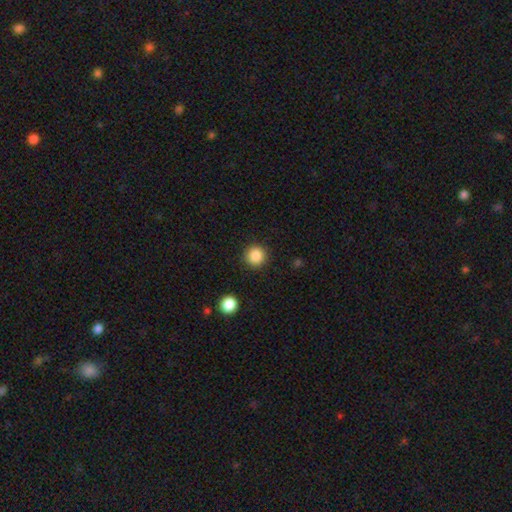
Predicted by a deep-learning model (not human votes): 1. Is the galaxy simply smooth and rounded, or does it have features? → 86% smooth, 10% star or artifact, 4% featured or disk.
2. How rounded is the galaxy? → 95% round, 4% in between, 1% cigar-shaped.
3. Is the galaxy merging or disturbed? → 91% none, 5% minor disturbance, 2% major disturbance, 1% merger.